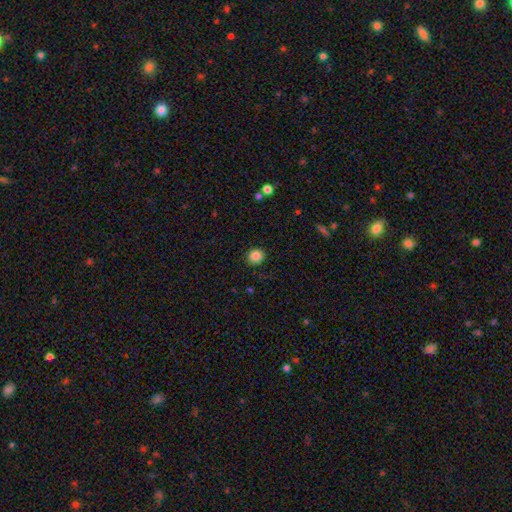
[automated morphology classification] Overall: smooth (85%). How rounded: round (85%). Merging: none (89%).